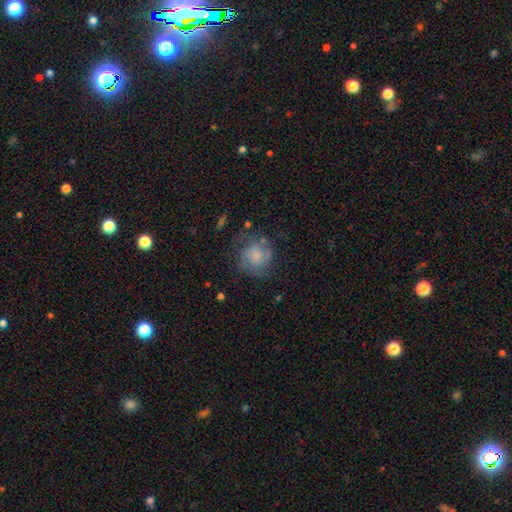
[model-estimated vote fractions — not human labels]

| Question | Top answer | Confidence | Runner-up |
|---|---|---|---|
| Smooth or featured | featured or disk | 46% | smooth (45%) |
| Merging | none | 59% | minor disturbance (22%) |